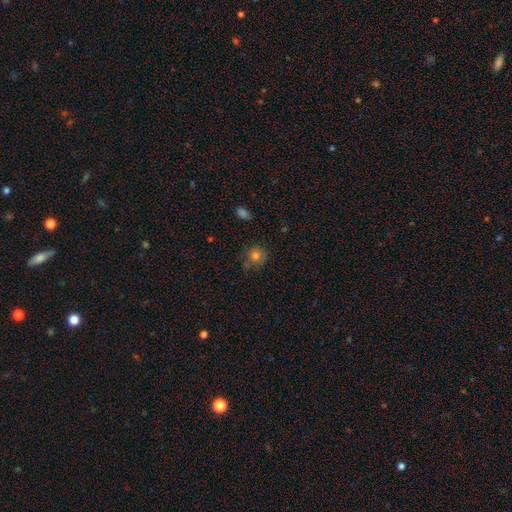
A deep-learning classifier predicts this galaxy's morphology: type=smooth (77%); roundness=round (88%); merging=none (74%).